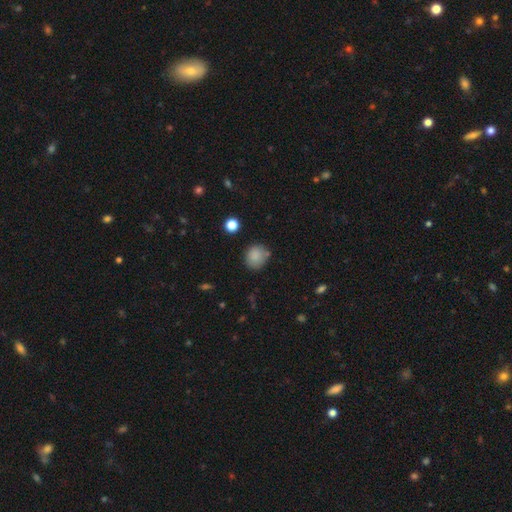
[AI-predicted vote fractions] This appears to be a smooth galaxy with no disk features (85%) that is round (79%). Merging: none (73%).